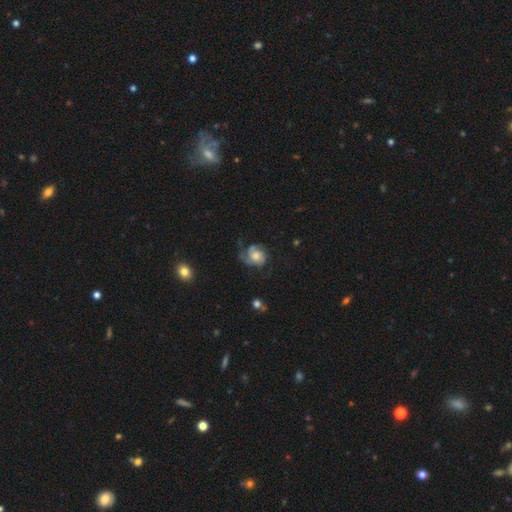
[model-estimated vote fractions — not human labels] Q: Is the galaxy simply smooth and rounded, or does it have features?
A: featured or disk — 63%.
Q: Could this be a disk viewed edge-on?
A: no — 98%.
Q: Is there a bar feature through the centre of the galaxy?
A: no — 78%.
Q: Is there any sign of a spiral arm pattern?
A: yes — 88%.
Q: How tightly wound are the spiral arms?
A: medium — 39%.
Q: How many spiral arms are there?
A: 2 — 35%.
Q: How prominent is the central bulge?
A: moderate — 54%.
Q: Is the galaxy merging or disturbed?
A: none — 45%.